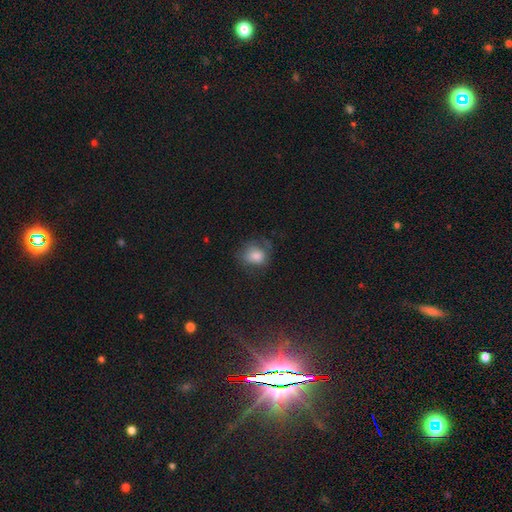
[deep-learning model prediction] This appears to be a smooth galaxy with no disk features (73%) that is round (57%). Merging: none (53%).